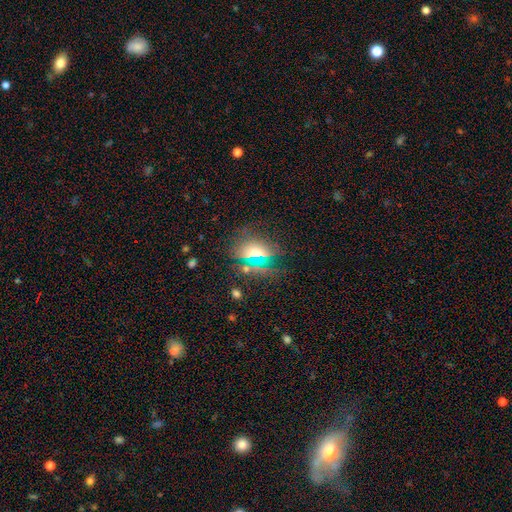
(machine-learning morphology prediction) A smooth galaxy with no disk features (57%) that is in between round and cigar-shaped (53%).

Vote fractions:
- Smooth or featured? smooth: 57% / star or artifact: 27% / featured or disk: 16%
- How rounded? in between: 53% / round: 43% / cigar-shaped: 4%
- Merging? none: 74% / minor disturbance: 14% / major disturbance: 6% / merger: 6%